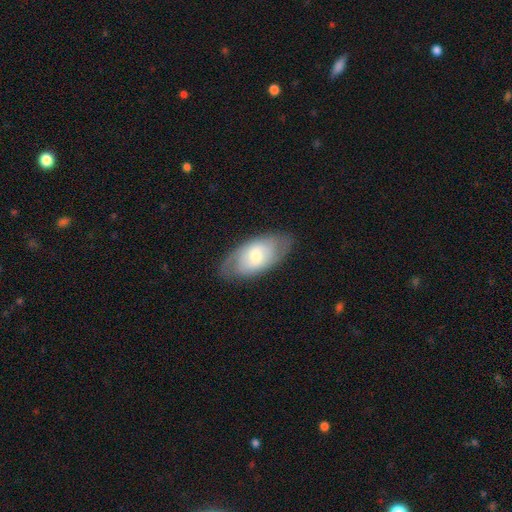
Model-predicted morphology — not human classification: smooth_or_featured: smooth (p=0.48) [alt: featured or disk p=0.46]
merging: none (p=0.77) [alt: minor disturbance p=0.16]